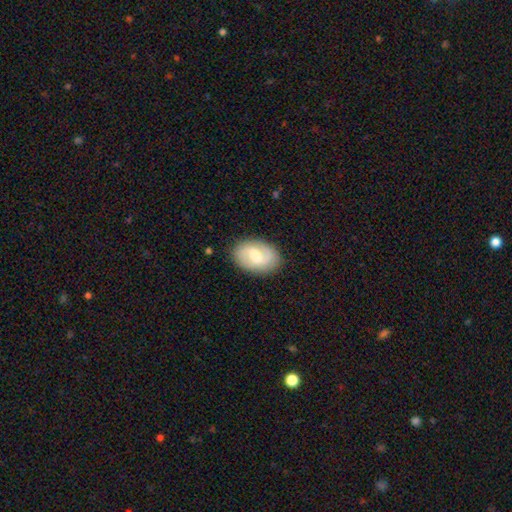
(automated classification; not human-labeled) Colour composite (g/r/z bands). It shows a featured or disk galaxy (64%) with a weak bar (58%), 2 (84%) medium (44%) spiral arms (83%) and a moderate central bulge (63%). Merging: none (84%).